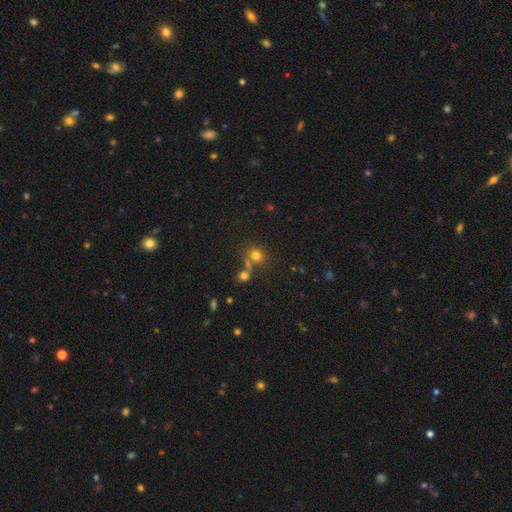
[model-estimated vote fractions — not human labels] Smooth or featured? smooth (74%)
How rounded? round (73%)
Merging? none (58%)